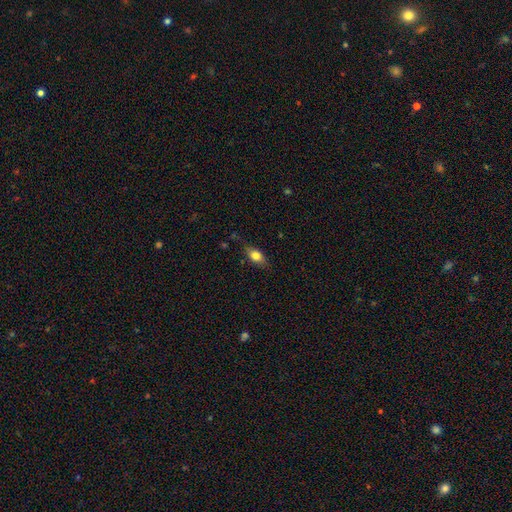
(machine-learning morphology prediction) Smooth or featured? smooth (73%)
How rounded? in between (80%)
Merging? none (73%)